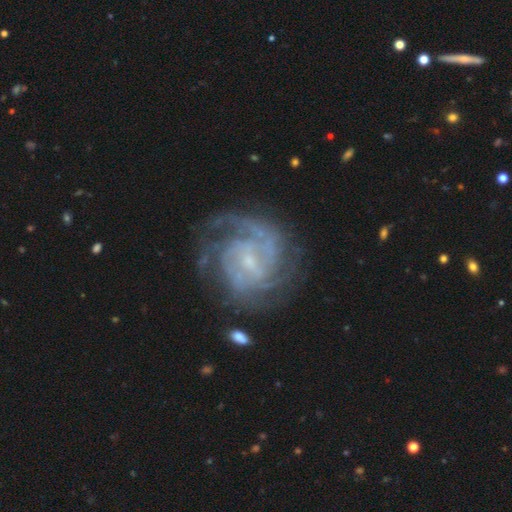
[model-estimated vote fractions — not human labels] Overall: featured or disk (88%). Edge-on disk: no (98%). Bar: weak (51%; no 32%). Spiral arms: yes (97%). Spiral arm count: 2 (26%; 3 24%). Spiral winding: tight (61%; medium 33%). Bulge size: small (72%). Merging: none (72%).